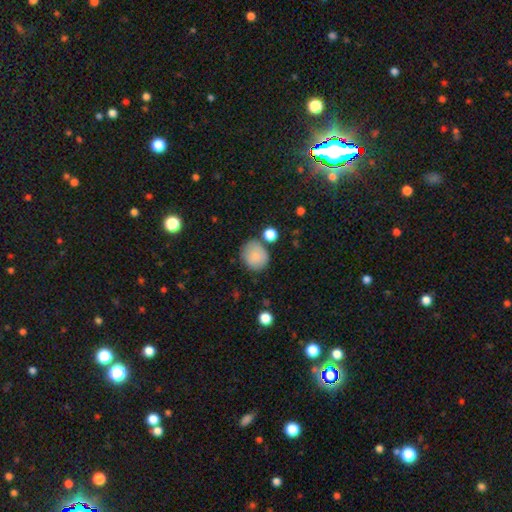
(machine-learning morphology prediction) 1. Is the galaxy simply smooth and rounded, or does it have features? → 84% smooth, 8% star or artifact, 8% featured or disk.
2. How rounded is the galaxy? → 79% round, 21% in between, 1% cigar-shaped.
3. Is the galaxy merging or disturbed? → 71% none, 16% minor disturbance, 8% merger, 5% major disturbance.